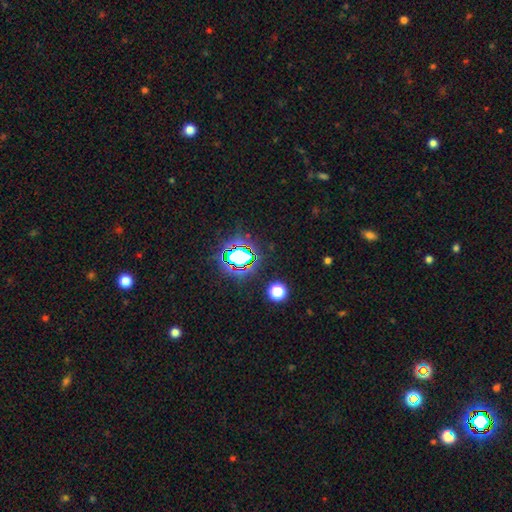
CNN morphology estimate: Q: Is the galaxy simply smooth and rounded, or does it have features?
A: star or artifact — 81%.